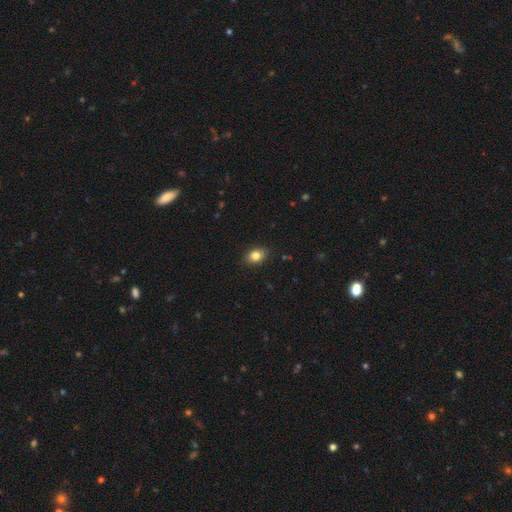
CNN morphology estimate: This appears to be a smooth galaxy with no disk features (83%) that is in between round and cigar-shaped (68%). Merging: none (87%).